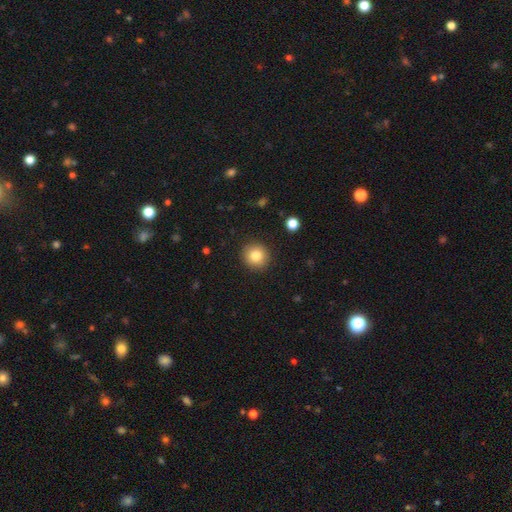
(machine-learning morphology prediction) The model was most divided on "smooth or featured": smooth: 82%, star or artifact: 10%, featured or disk: 8%. More confident: how rounded — round (93%); merging — none (91%).